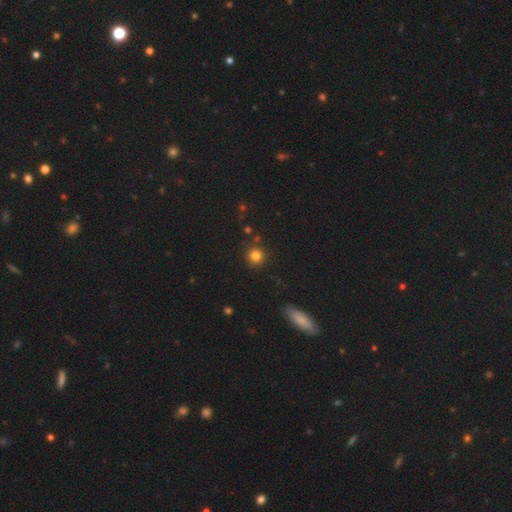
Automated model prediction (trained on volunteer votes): smooth-or-featured: smooth: 81% | star or artifact: 13% | featured or disk: 6%
  how-rounded: round: 93% | in between: 6% | cigar-shaped: 1%
  merging: none: 85% | minor disturbance: 8% | merger: 4% | major disturbance: 2%